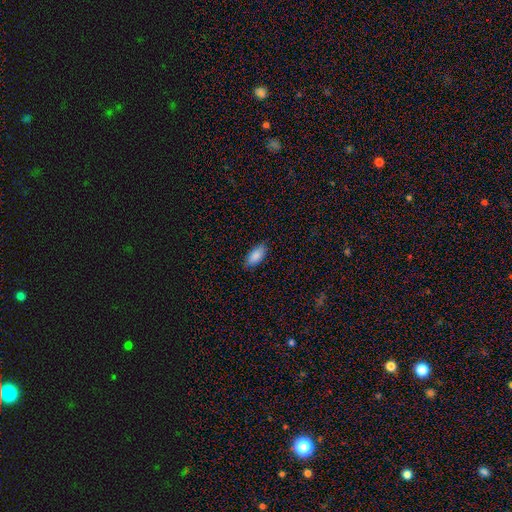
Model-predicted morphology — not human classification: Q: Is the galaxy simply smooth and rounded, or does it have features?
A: smooth — 87%.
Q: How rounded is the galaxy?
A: in between — 90%.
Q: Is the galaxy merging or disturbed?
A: none — 85%.